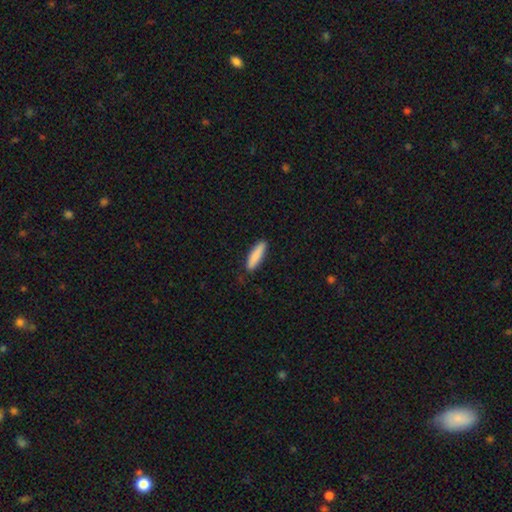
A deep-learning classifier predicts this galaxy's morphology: smooth_or_featured: smooth (p=0.88) [alt: featured or disk p=0.07]
how_rounded: cigar-shaped (p=0.69) [alt: in between p=0.29]
merging: none (p=0.86) [alt: minor disturbance p=0.11]